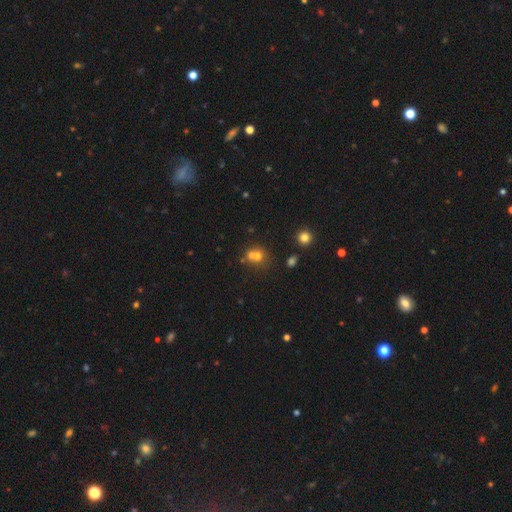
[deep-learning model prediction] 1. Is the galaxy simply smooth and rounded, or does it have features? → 66% smooth, 17% featured or disk, 17% star or artifact.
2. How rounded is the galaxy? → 76% round, 23% in between, 1% cigar-shaped.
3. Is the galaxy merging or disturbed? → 54% merger, 35% none, 7% minor disturbance, 3% major disturbance.